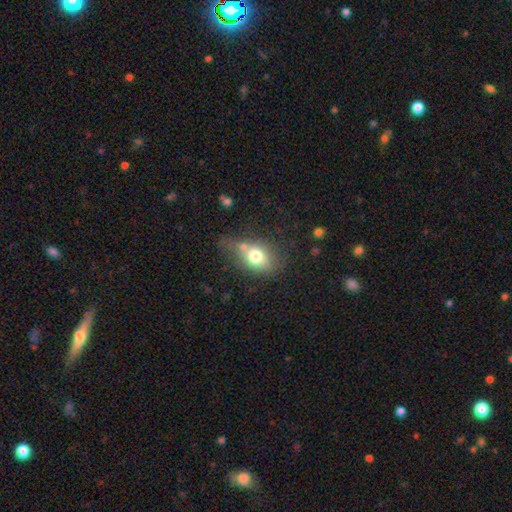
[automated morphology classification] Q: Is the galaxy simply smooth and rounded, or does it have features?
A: smooth — 72%.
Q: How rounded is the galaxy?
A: in between — 66%.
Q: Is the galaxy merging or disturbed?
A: none — 37%.